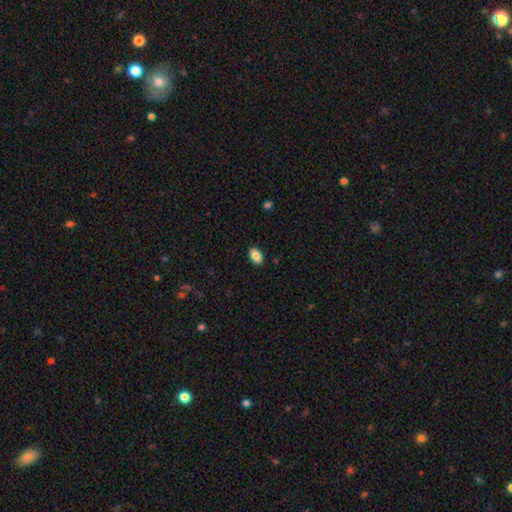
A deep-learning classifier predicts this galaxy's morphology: Smooth or featured: smooth — 88% (star or artifact — 8%)
How rounded: in between — 89% (round — 10%)
Merging: none — 89% (minor disturbance — 8%)